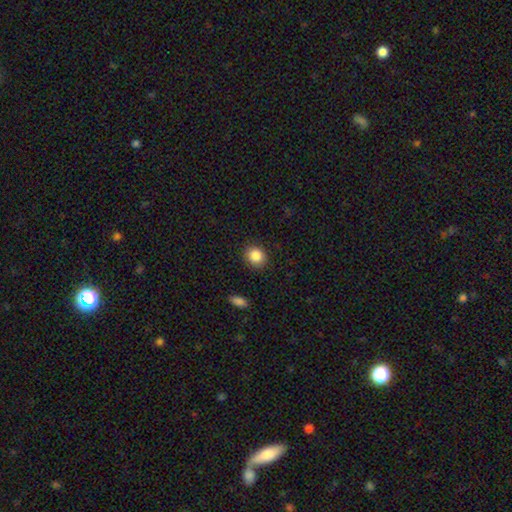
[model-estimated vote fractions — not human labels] Q: Smooth or featured?
A: smooth (86%); runner-up: star or artifact (9%)
Q: How rounded?
A: round (71%); runner-up: in between (28%)
Q: Merging?
A: none (88%); runner-up: minor disturbance (8%)